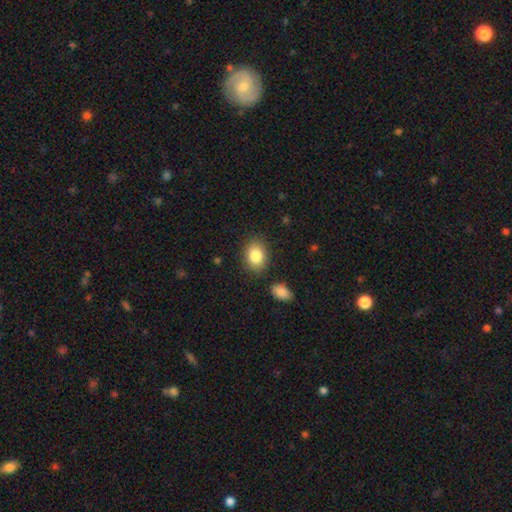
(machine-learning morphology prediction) Smooth or featured? Predicted: smooth (p=0.84). How rounded? Predicted: in between (p=0.69). Merging? Predicted: none (p=0.83).